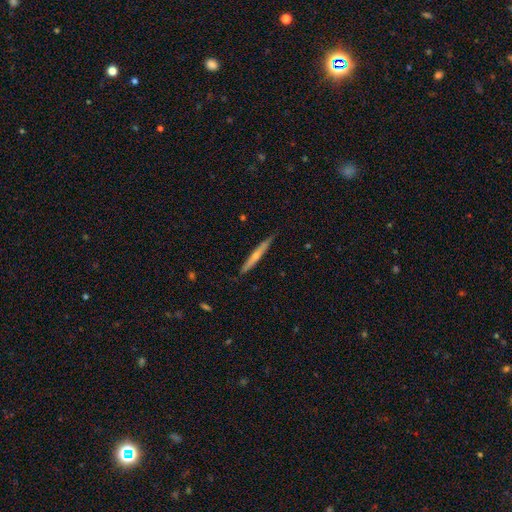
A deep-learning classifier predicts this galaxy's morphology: A featured or disk galaxy (54%) viewed edge-on (96%) with a rounded central bulge (65%).

Vote fractions:
- Smooth or featured? featured or disk: 54% / smooth: 40% / star or artifact: 6%
- Edge-on disk? yes: 96% / no: 4%
- Edge-on bulge? rounded: 65% / none: 32% / boxy: 3%
- Merging? none: 87% / minor disturbance: 10% / major disturbance: 2% / merger: 1%